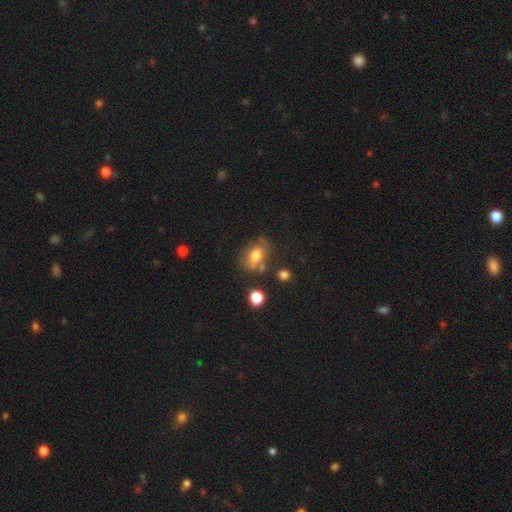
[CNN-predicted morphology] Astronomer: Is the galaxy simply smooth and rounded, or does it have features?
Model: smooth — 68%.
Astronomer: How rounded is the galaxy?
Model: in between — 70%.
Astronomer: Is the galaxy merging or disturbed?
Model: none — 55%.